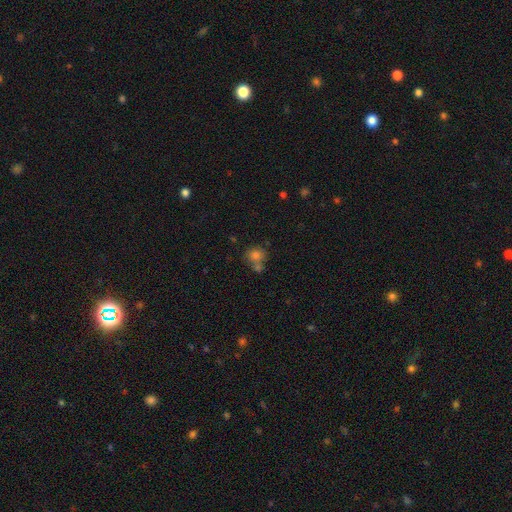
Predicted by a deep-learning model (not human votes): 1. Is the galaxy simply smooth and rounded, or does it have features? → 76% smooth, 13% star or artifact, 10% featured or disk.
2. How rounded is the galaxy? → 79% round, 20% in between, 1% cigar-shaped.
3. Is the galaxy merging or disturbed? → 52% none, 32% merger, 11% minor disturbance, 4% major disturbance.